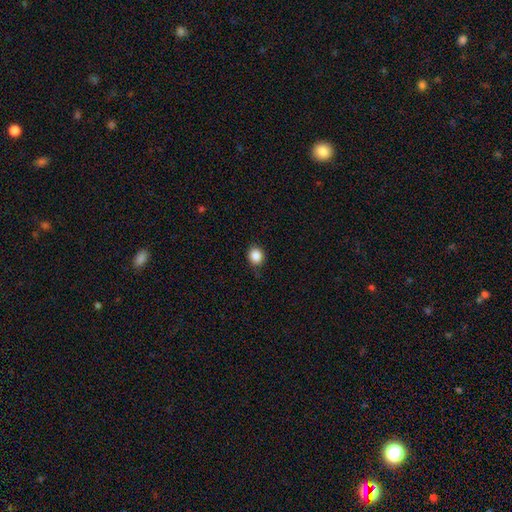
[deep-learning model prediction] This is clearly a smooth galaxy (86%). How rounded: likely round (76%). Merging: clearly none (85%).